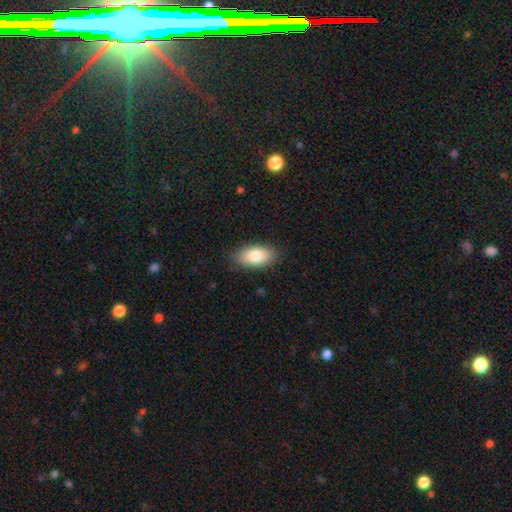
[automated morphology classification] type=smooth (82%); roundness=in between (92%); merging=none (84%).